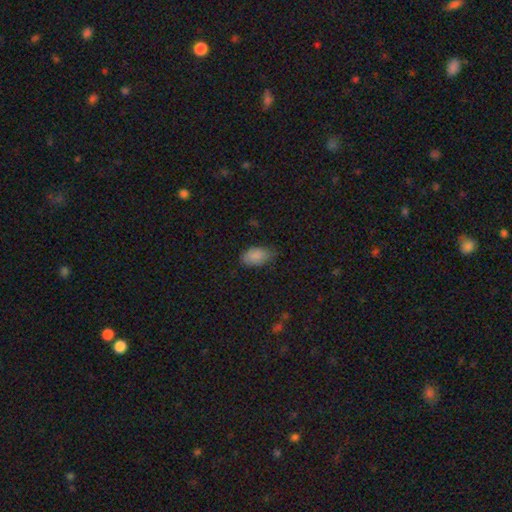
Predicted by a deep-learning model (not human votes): smooth_or_featured: smooth (p=0.87) [alt: star or artifact p=0.08]
how_rounded: in between (p=0.93) [alt: round p=0.05]
merging: none (p=0.71) [alt: minor disturbance p=0.24]